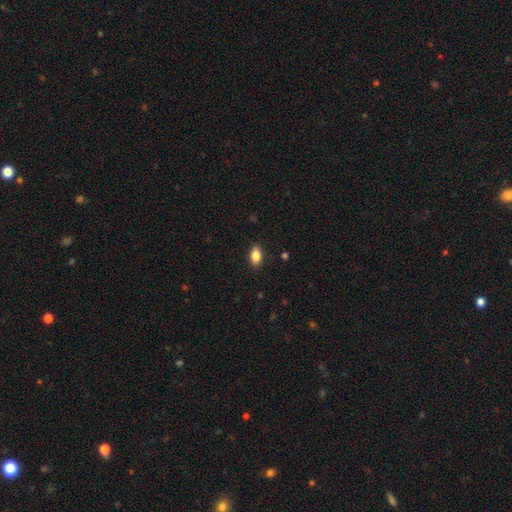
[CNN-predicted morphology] Smooth or featured?
  - smooth: 85% *
  - star or artifact: 8%
  - featured or disk: 7%
How rounded?
  - in between: 91% *
  - round: 5%
  - cigar-shaped: 4%
Merging?
  - none: 88% *
  - minor disturbance: 9%
  - major disturbance: 2%
  - merger: 1%